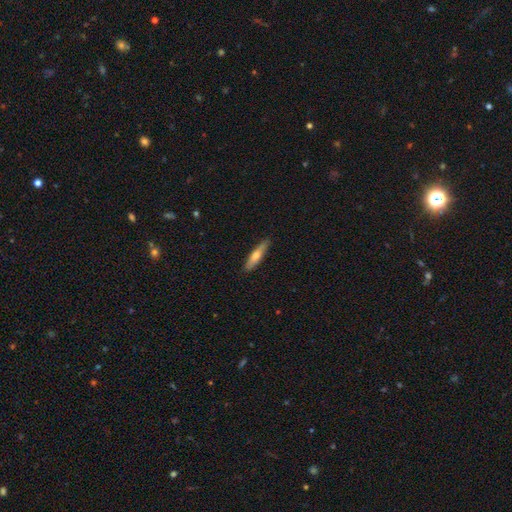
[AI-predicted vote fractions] Morphology: type=smooth (61%); roundness=cigar-shaped (81%); merging=none (84%).